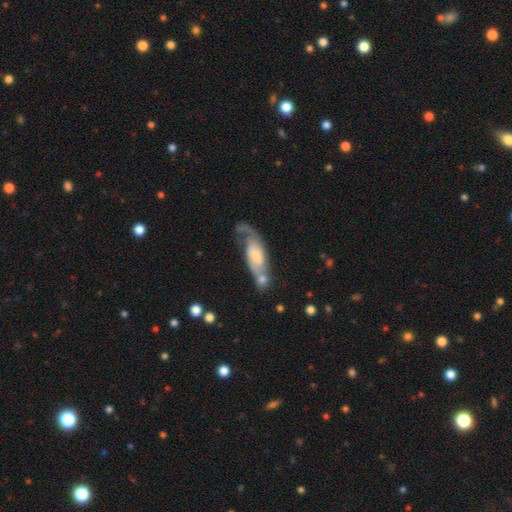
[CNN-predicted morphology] type=featured or disk (65%); edge-on=no (89%); bar=no (56%); spiral arms=yes (89%); winding=loose (47%); arm count=2 (72%); bulge=small (39%); merging=none (36%).